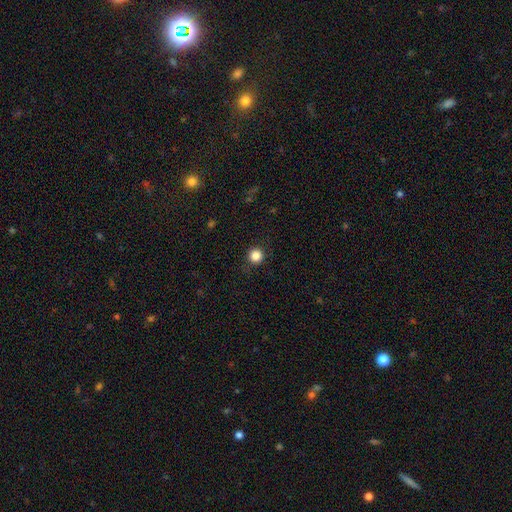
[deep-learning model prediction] smooth-or-featured: smooth: 85% | star or artifact: 11% | featured or disk: 4%
  how-rounded: round: 95% | in between: 4% | cigar-shaped: 1%
  merging: none: 89% | minor disturbance: 7% | major disturbance: 3% | merger: 1%